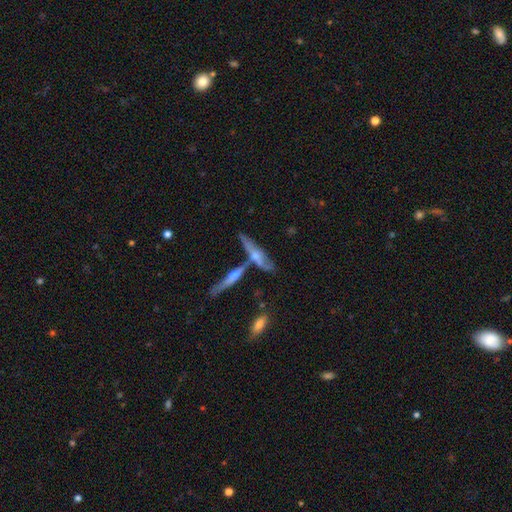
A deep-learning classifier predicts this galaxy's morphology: Q: Smooth or featured?
A: featured or disk (65%); runner-up: smooth (27%)
Q: Edge-on disk?
A: yes (85%); runner-up: no (15%)
Q: Edge-on bulge?
A: rounded (82%); runner-up: none (13%)
Q: Merging?
A: none (48%); runner-up: merger (35%)